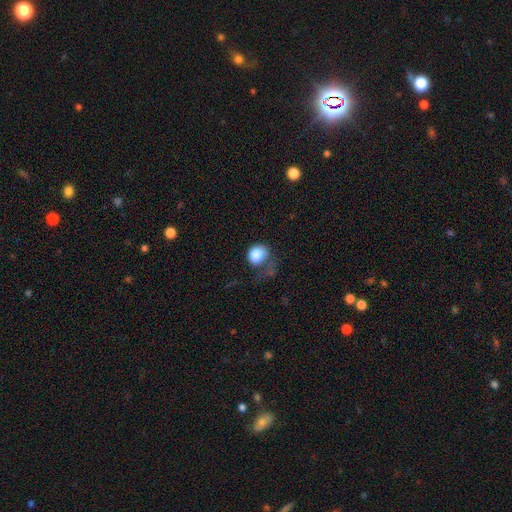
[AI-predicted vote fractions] smooth 82%, featured or disk 10%, star or artifact 8%. Down the decision tree: how rounded — round (64%); merging — major disturbance (39%).